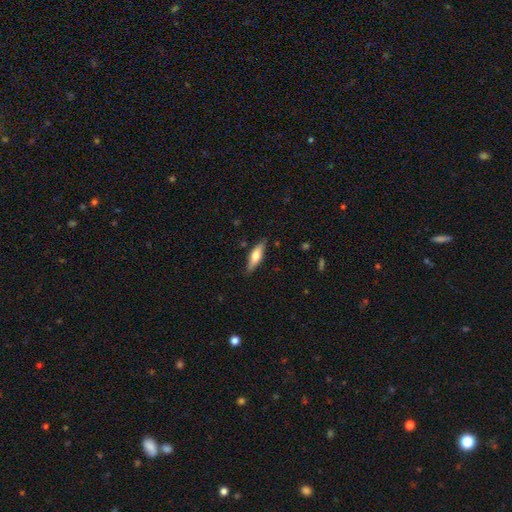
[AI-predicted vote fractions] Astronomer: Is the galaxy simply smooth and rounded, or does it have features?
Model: smooth — 60%.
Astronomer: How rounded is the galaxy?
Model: cigar-shaped — 55% (runner-up: in between, 43%).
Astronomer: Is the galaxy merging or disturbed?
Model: none — 84%.